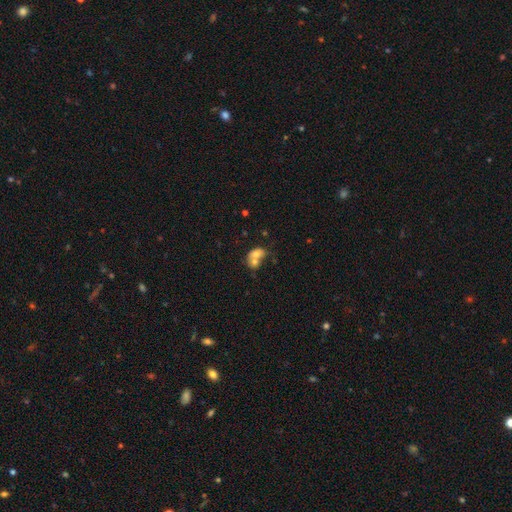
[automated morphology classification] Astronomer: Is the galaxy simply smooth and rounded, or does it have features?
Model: smooth — 66%.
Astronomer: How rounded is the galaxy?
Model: in between — 67%.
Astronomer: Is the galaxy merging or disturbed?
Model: merger — 66%.